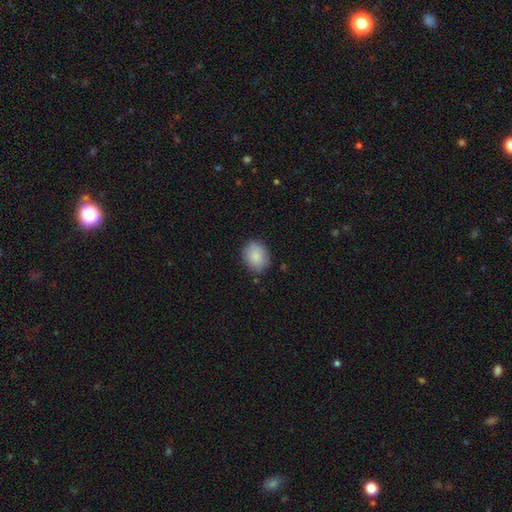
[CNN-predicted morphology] This appears to be a smooth galaxy with no disk features (88%) that is round (52%). Merging: none (81%).